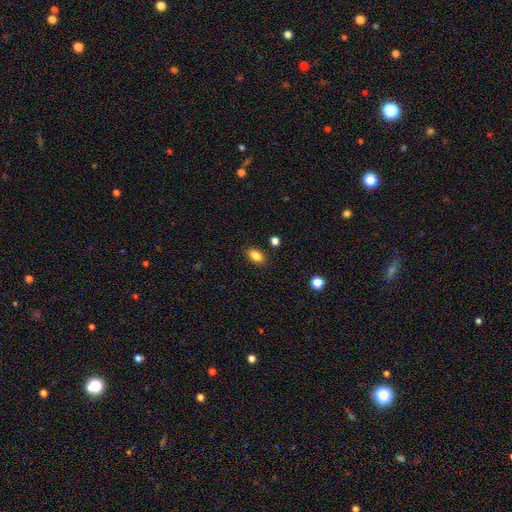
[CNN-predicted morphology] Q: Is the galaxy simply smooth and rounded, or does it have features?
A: smooth — 85%.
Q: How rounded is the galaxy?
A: in between — 87%.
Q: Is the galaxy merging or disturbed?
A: none — 86%.